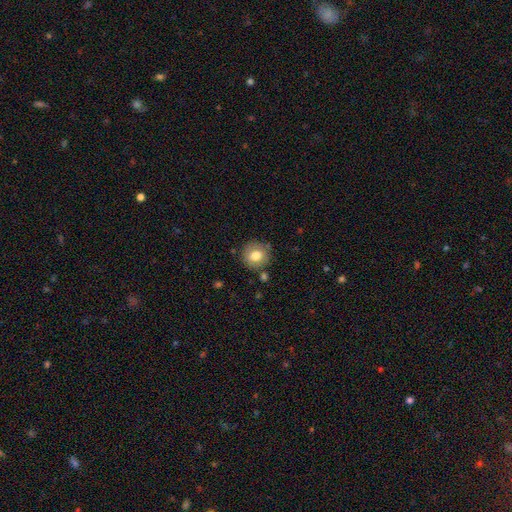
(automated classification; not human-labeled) smooth-or-featured: smooth: 77% | featured or disk: 14% | star or artifact: 9%
  how-rounded: round: 89% | in between: 10% | cigar-shaped: 1%
  merging: none: 82% | minor disturbance: 11% | merger: 4% | major disturbance: 3%